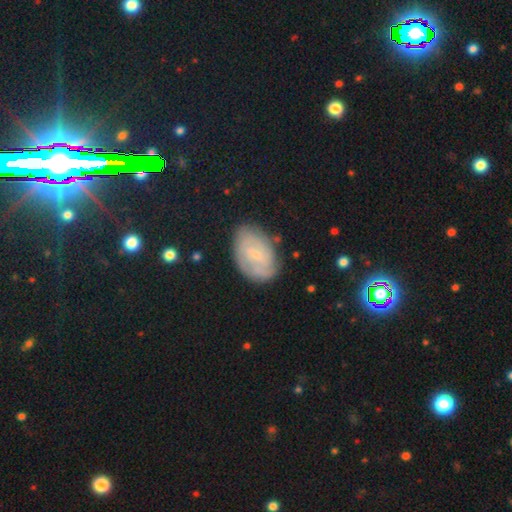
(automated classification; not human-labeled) Smooth or featured? featured or disk (59%)
Edge-on disk? no (96%)
Bar? weak (49%)
Spiral arms? yes (77%)
Bulge size? small (78%)
Merging? none (76%)